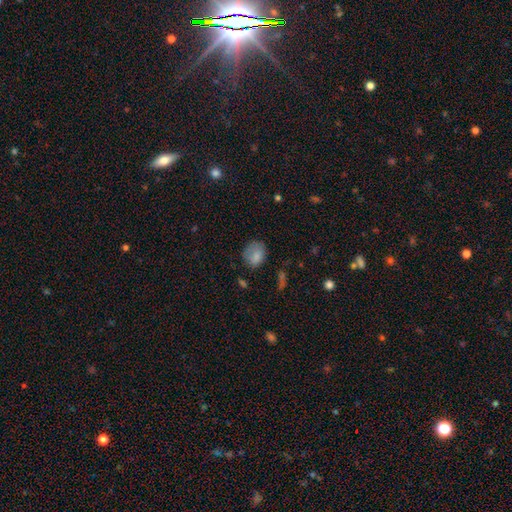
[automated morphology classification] type=smooth (79%); roundness=round (50%); merging=none (57%).